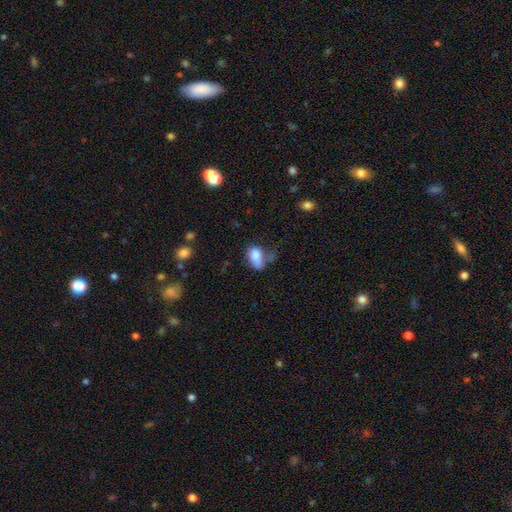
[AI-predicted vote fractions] Overall: smooth (77%). How rounded: in between (85%). Merging: none (29%; minor disturbance 28%).